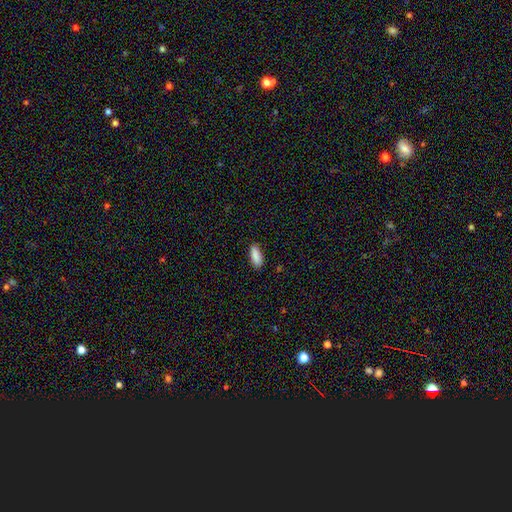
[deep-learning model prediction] A smooth galaxy with no disk features (89%) that is in between round and cigar-shaped (77%).

Vote fractions:
- Smooth or featured? smooth: 89% / star or artifact: 6% / featured or disk: 5%
- How rounded? in between: 77% / cigar-shaped: 21% / round: 2%
- Merging? none: 86% / minor disturbance: 10% / major disturbance: 2% / merger: 1%